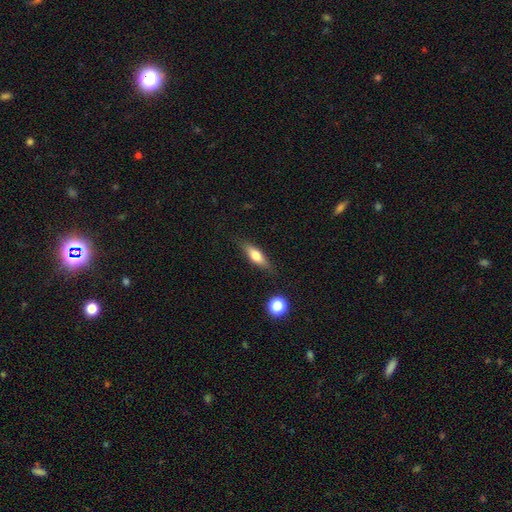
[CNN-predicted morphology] Overall: smooth (62%; featured or disk 31%). How rounded: in between (48%, tied with cigar-shaped). Merging: none (83%).